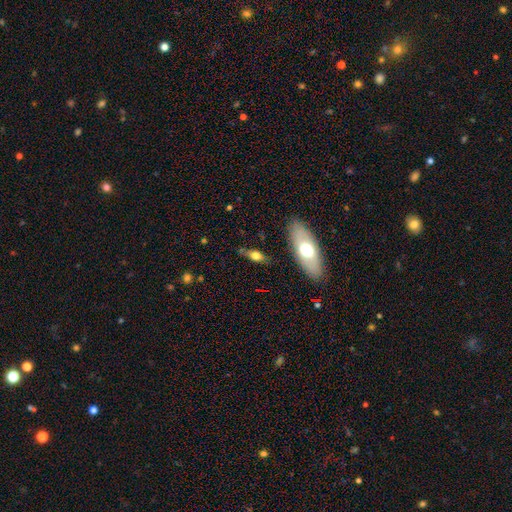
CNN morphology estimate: type=smooth (47%); merging=none (76%).